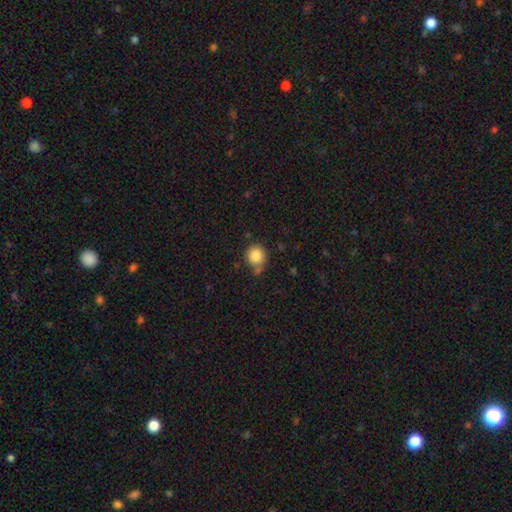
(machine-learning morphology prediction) Q: Smooth or featured?
A: smooth (86%); runner-up: star or artifact (9%)
Q: How rounded?
A: round (82%); runner-up: in between (17%)
Q: Merging?
A: none (64%); runner-up: minor disturbance (20%)